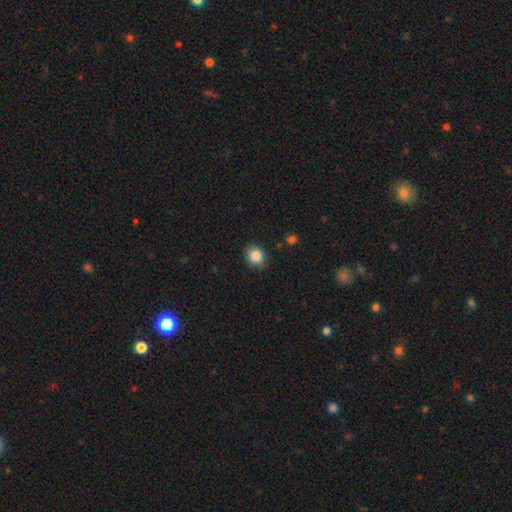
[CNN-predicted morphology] A smooth galaxy with no disk features (86%) that is round (67%).

Vote fractions:
- Smooth or featured? smooth: 86% / star or artifact: 9% / featured or disk: 5%
- How rounded? round: 67% / in between: 33% / cigar-shaped: 1%
- Merging? none: 86% / minor disturbance: 10% / major disturbance: 2% / merger: 1%